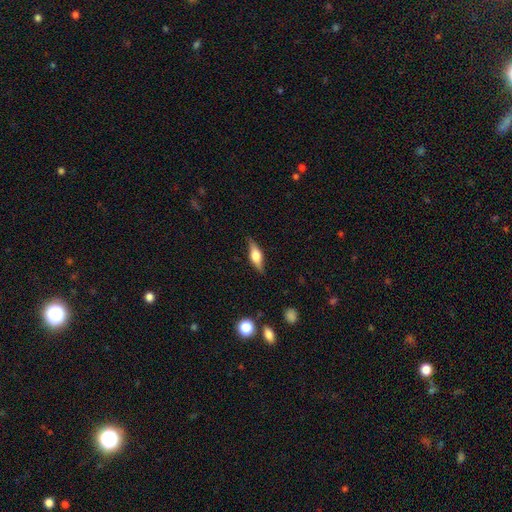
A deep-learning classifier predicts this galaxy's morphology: Smooth or featured: featured or disk — 49% (smooth — 44%)
Merging: none — 80% (minor disturbance — 15%)